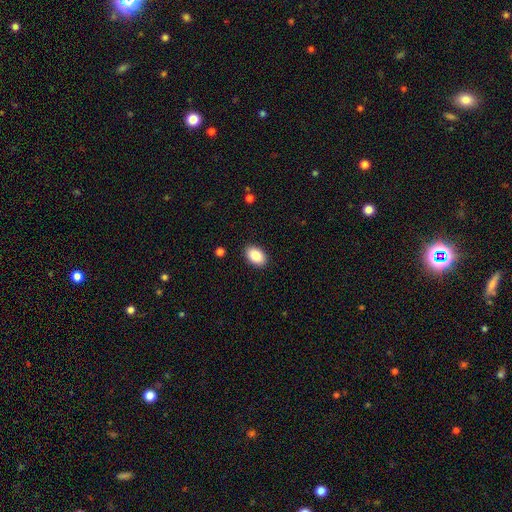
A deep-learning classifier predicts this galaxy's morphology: A smooth galaxy with no disk features (88%) that is in between round and cigar-shaped (89%). Merging: none (89%).